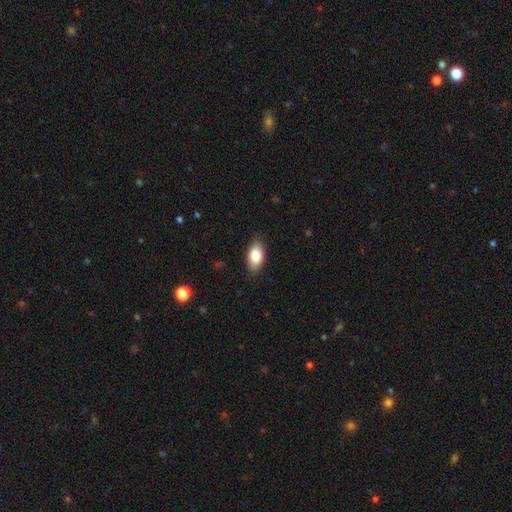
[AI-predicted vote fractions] A smooth galaxy with no disk features (85%) that is in between round and cigar-shaped (92%). Merging: none (85%).